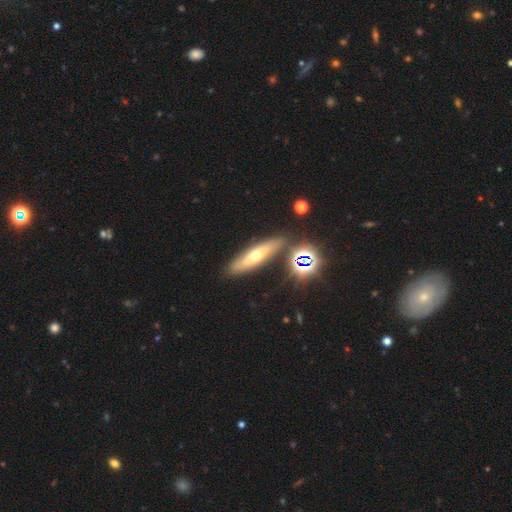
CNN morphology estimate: A featured or disk galaxy (45%). Merging: none (83%).